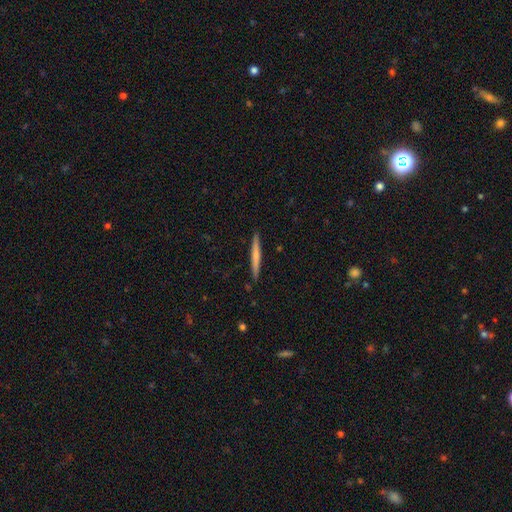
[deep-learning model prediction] smooth 60%, featured or disk 35%, star or artifact 5%. Down the decision tree: how rounded — cigar-shaped (96%); merging — none (91%).